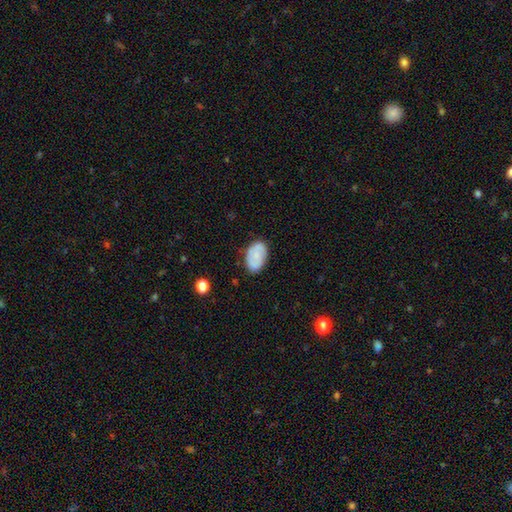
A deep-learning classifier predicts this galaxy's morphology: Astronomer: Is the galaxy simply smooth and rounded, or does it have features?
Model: smooth — 64%.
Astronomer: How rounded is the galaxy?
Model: in between — 90%.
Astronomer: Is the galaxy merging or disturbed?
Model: none — 80%.